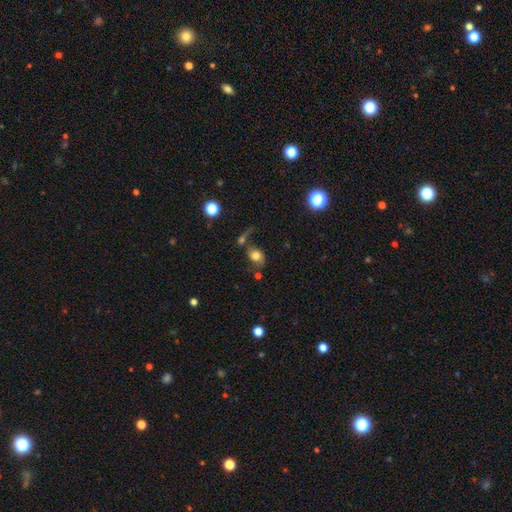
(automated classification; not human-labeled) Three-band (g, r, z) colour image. It shows a smooth galaxy with no disk features (64%) that is in between round and cigar-shaped (56%). Merging: none (44%).